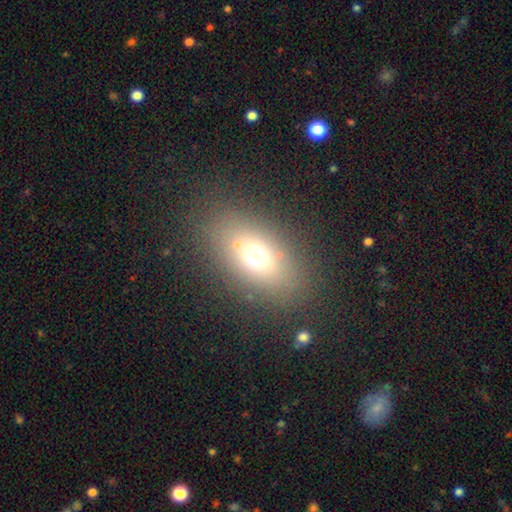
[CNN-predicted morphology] Smooth or featured? Predicted: smooth (p=0.66). How rounded? Predicted: in between (p=0.76). Merging? Predicted: none (p=0.78).